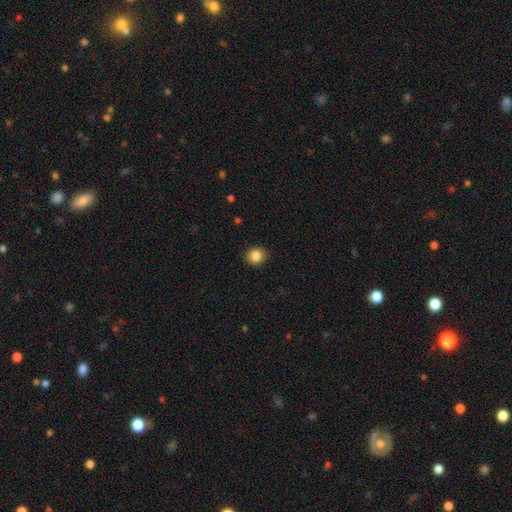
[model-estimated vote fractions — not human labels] A smooth galaxy with no disk features (86%) that is round (76%).

Vote fractions:
- Smooth or featured? smooth: 86% / star or artifact: 10% / featured or disk: 5%
- How rounded? round: 76% / in between: 23% / cigar-shaped: 1%
- Merging? none: 90% / minor disturbance: 7% / major disturbance: 2% / merger: 1%